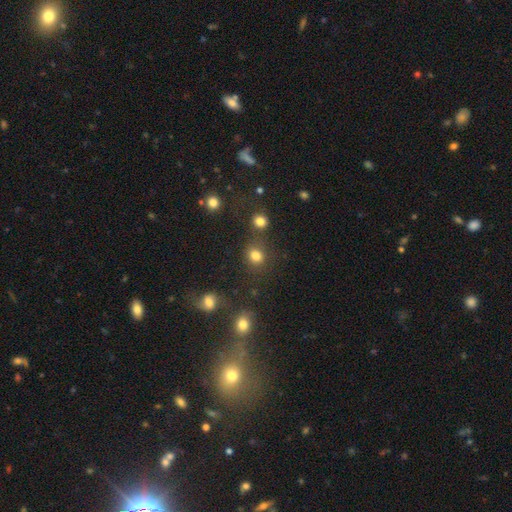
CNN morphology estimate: This appears to be a smooth galaxy with no disk features (81%) that is round (76%). Merging: none (71%).